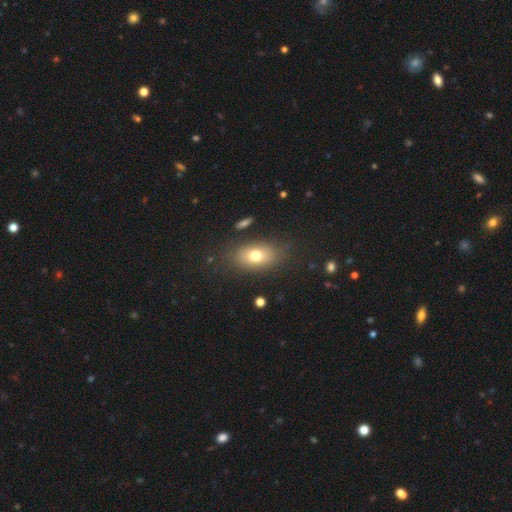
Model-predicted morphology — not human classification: This appears to be a smooth galaxy with no disk features (73%) that is in between round and cigar-shaped (82%). Merging: none (81%).